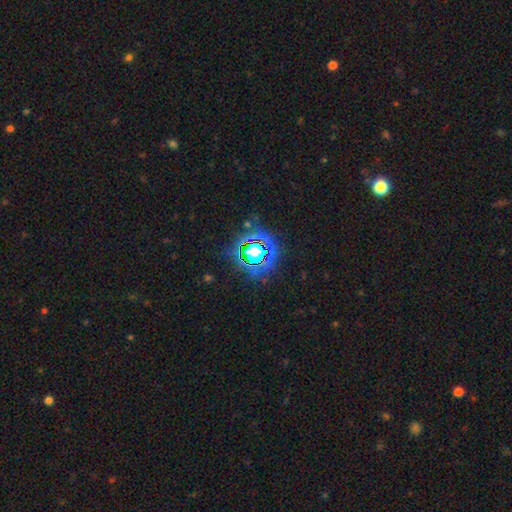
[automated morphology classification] Smooth or featured?
  - star or artifact: 81% *
  - smooth: 11%
  - featured or disk: 7%